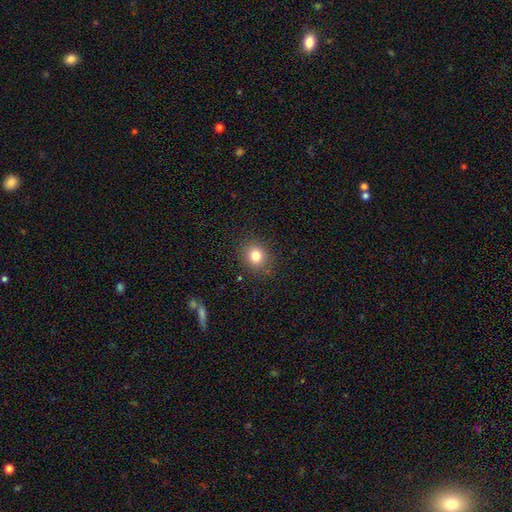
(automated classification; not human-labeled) Smooth or featured? smooth (80%)
How rounded? round (80%)
Merging? none (88%)